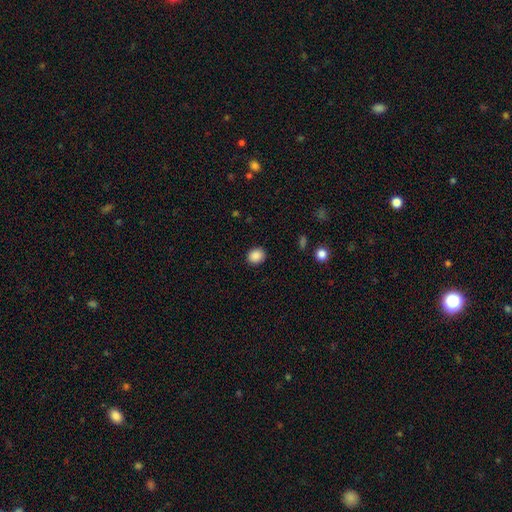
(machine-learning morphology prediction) Smooth or featured: smooth — 88% (star or artifact — 9%)
How rounded: round — 74% (in between — 25%)
Merging: none — 90% (minor disturbance — 6%)